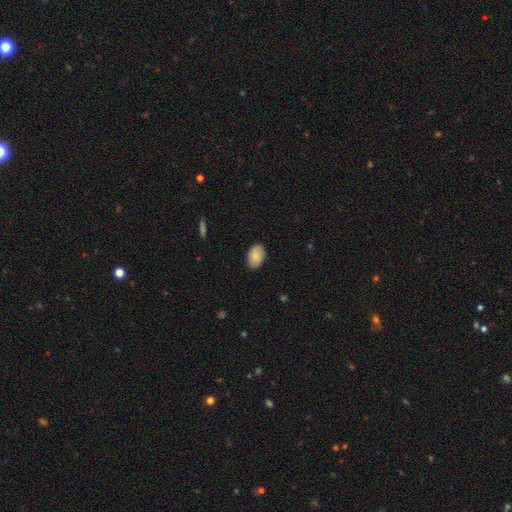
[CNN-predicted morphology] type=smooth (83%); roundness=in between (90%); merging=none (87%).